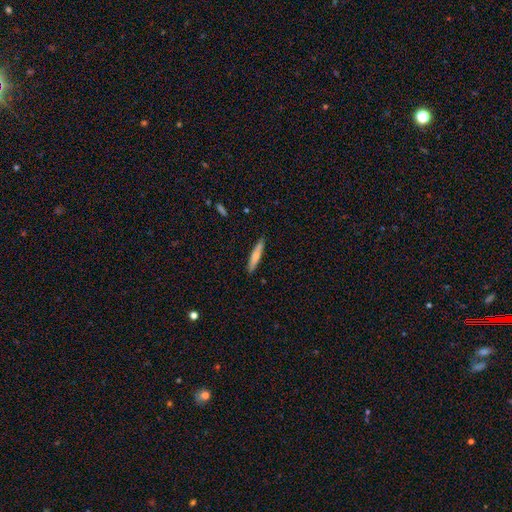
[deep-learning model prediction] Morphology: type=smooth (72%); roundness=cigar-shaped (90%); merging=none (89%).